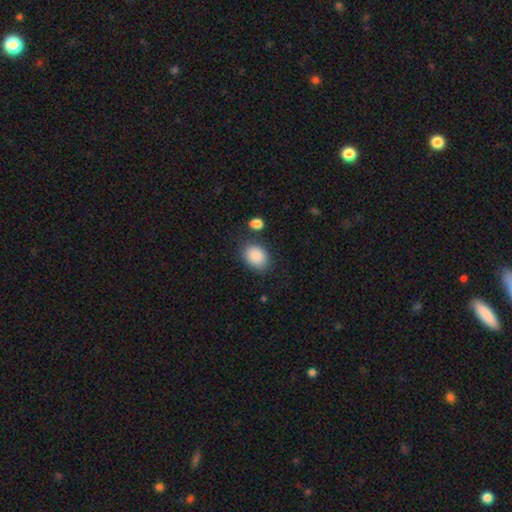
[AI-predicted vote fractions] Q: Smooth or featured?
A: smooth (88%); runner-up: star or artifact (8%)
Q: How rounded?
A: in between (69%); runner-up: round (30%)
Q: Merging?
A: none (76%); runner-up: minor disturbance (14%)